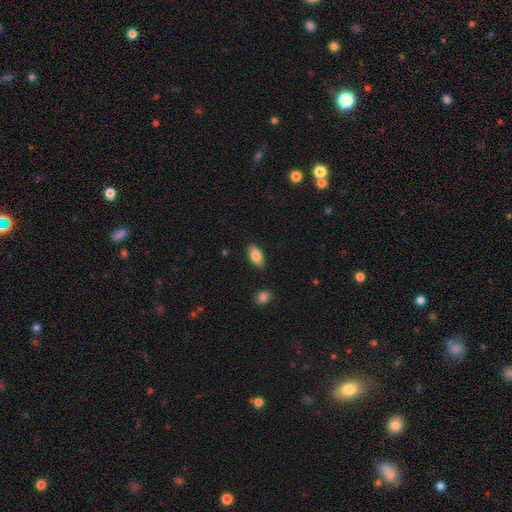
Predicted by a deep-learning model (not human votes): A smooth galaxy with no disk features (84%) that is in between round and cigar-shaped (90%). Merging: none (86%).